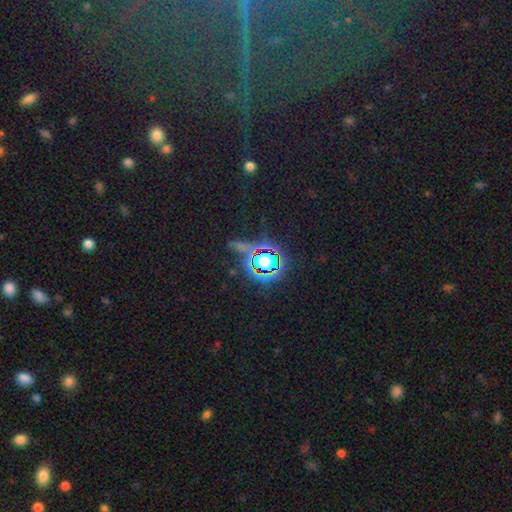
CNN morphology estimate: Smooth or featured? Predicted: star or artifact (p=0.82).